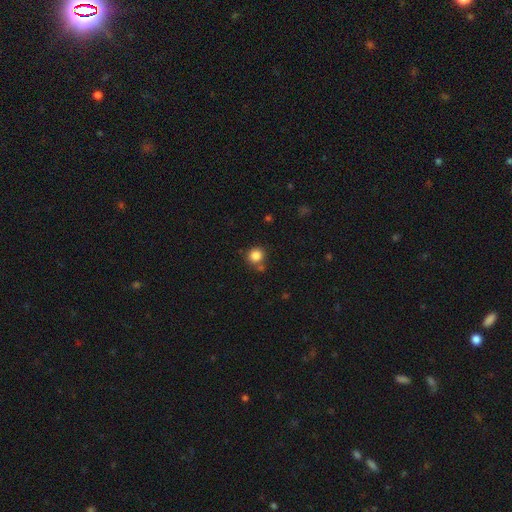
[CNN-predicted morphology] Smooth or featured? Predicted: smooth (p=0.85). How rounded? Predicted: round (p=0.91). Merging? Predicted: none (p=0.73).